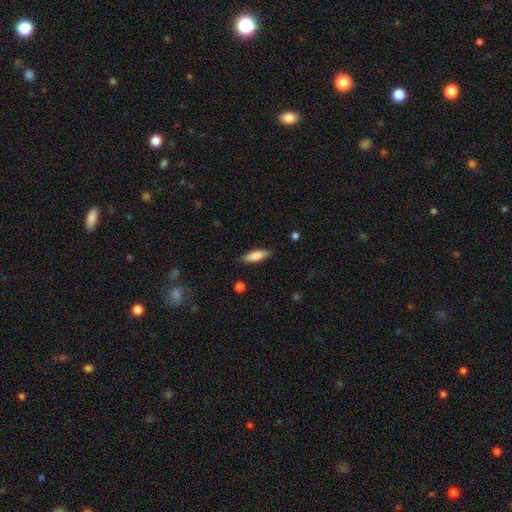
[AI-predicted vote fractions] This is clearly a smooth galaxy (83%). How rounded: possibly in between (50%). Merging: clearly none (86%).